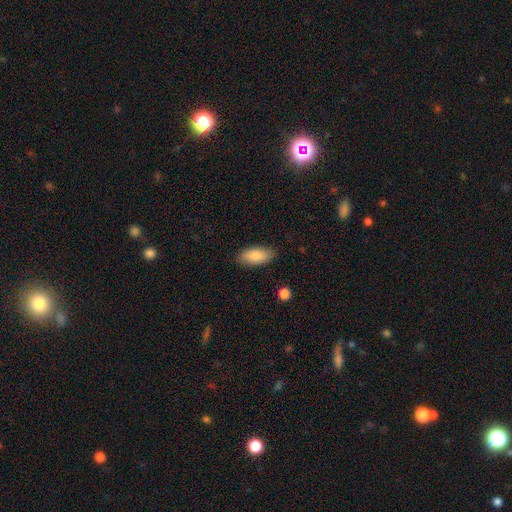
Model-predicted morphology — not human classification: This appears to be a smooth galaxy with no disk features (84%) that is in between round and cigar-shaped (87%). Merging: none (86%).